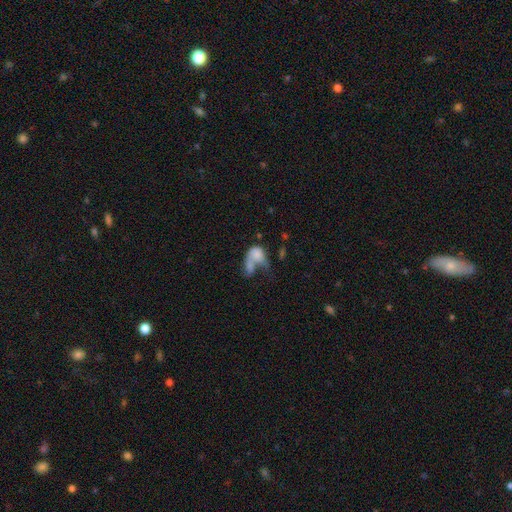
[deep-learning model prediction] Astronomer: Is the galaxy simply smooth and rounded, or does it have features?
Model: smooth — 62%.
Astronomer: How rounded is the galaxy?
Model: in between — 78%.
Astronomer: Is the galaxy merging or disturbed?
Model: merger — 45% (runner-up: major disturbance, 32%).